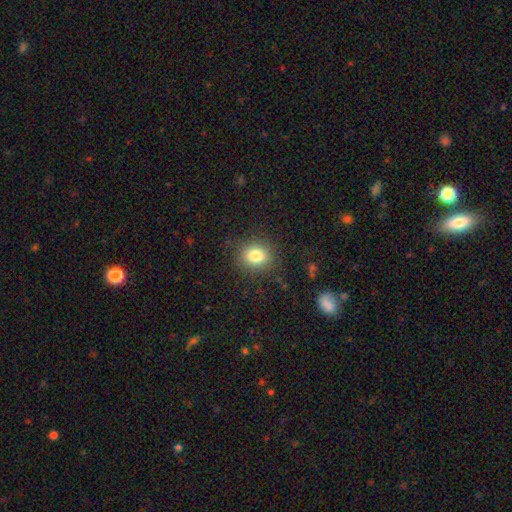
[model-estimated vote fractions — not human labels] Smooth or featured? smooth (82%)
How rounded? round (70%)
Merging? none (86%)